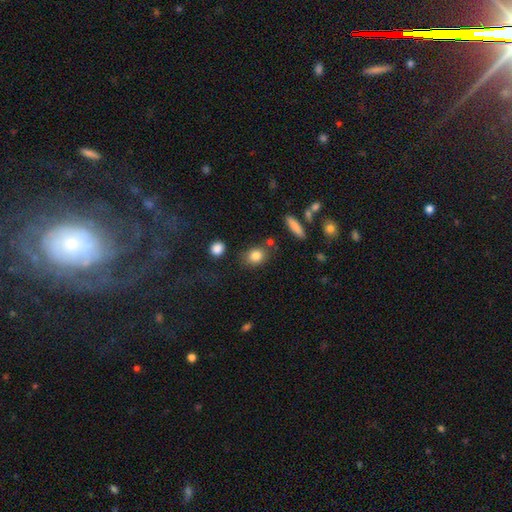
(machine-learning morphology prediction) Q: Smooth or featured?
A: smooth (83%); runner-up: star or artifact (9%)
Q: How rounded?
A: round (52%); runner-up: in between (46%)
Q: Merging?
A: none (76%); runner-up: minor disturbance (14%)